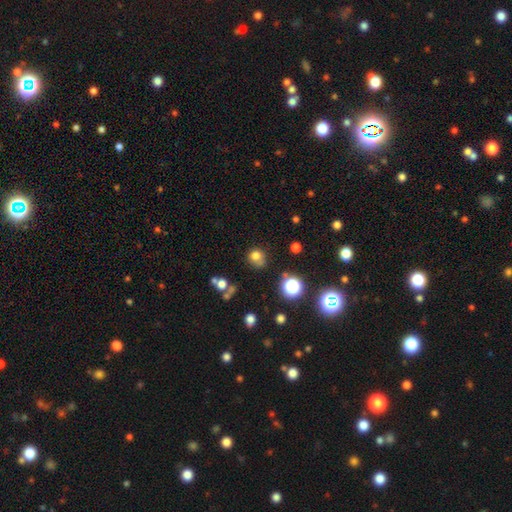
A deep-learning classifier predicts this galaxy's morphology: Q: Smooth or featured?
A: smooth (75%); runner-up: star or artifact (17%)
Q: How rounded?
A: round (79%); runner-up: in between (20%)
Q: Merging?
A: none (63%); runner-up: minor disturbance (21%)